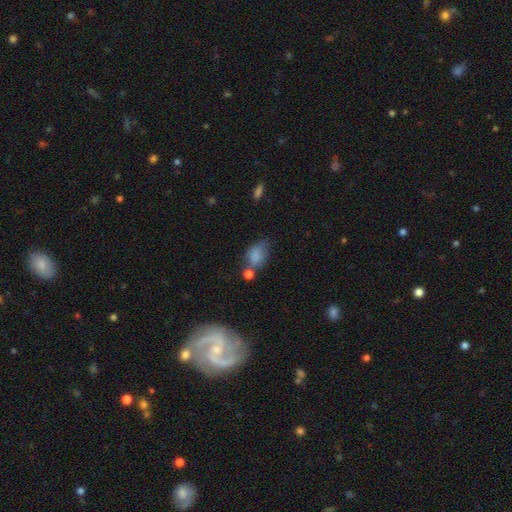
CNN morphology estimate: Overall: smooth (80%). How rounded: in between (79%). Merging: none (37%; minor disturbance 27%).